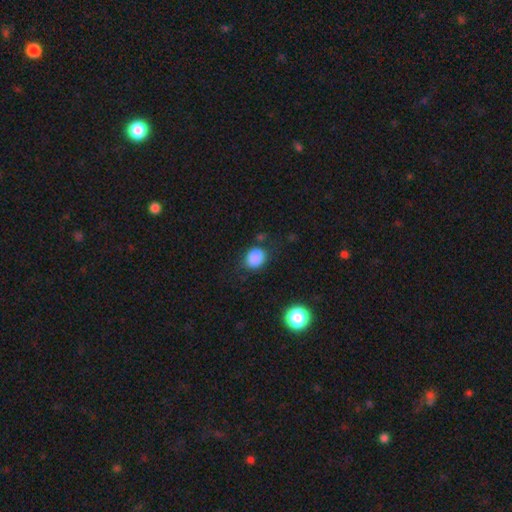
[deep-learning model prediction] Q: Smooth or featured?
A: smooth (86%); runner-up: star or artifact (9%)
Q: How rounded?
A: round (50%); runner-up: in between (48%)
Q: Merging?
A: none (72%); runner-up: minor disturbance (19%)